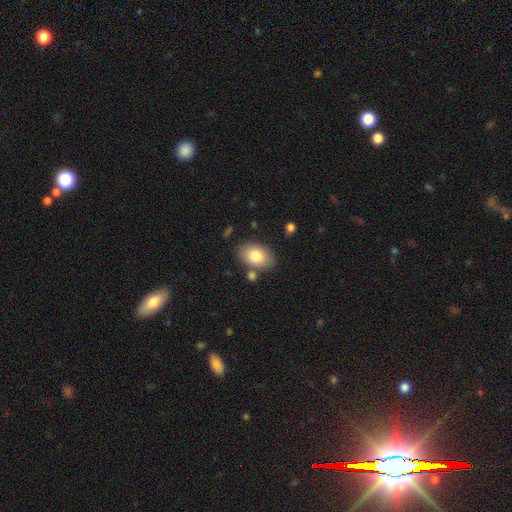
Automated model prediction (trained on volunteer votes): smooth_or_featured: smooth (p=0.80) [alt: featured or disk p=0.13]
how_rounded: in between (p=0.88) [alt: round p=0.11]
merging: none (p=0.78) [alt: minor disturbance p=0.12]